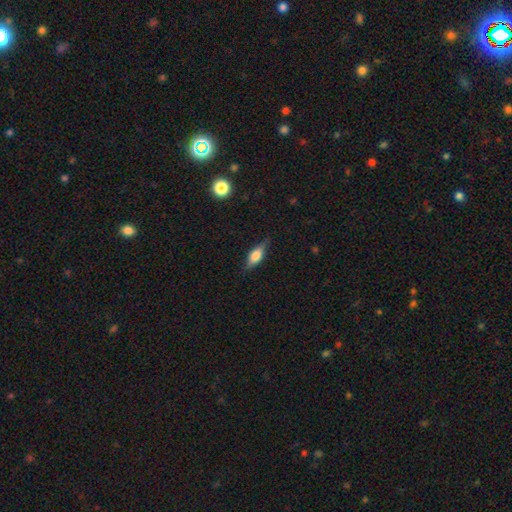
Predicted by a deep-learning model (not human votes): smooth-or-featured: smooth: 52% | featured or disk: 40% | star or artifact: 8%
  how-rounded: in between: 63% | cigar-shaped: 32% | round: 5%
  merging: none: 80% | minor disturbance: 16% | major disturbance: 3% | merger: 1%